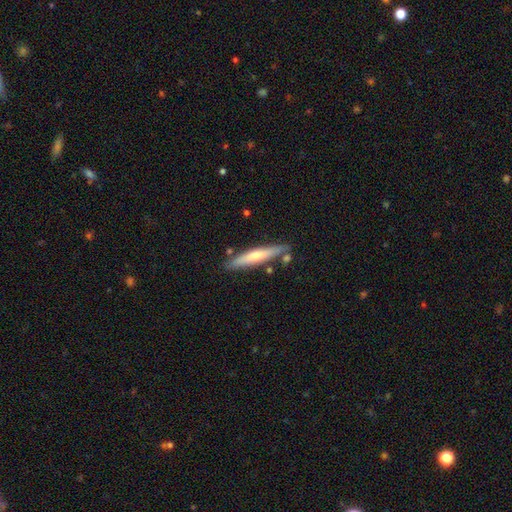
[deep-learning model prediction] smooth-or-featured: smooth: 51% | featured or disk: 44% | star or artifact: 5%
  how-rounded: cigar-shaped: 91% | in between: 8% | round: 1%
  merging: none: 80% | minor disturbance: 12% | merger: 6% | major disturbance: 2%